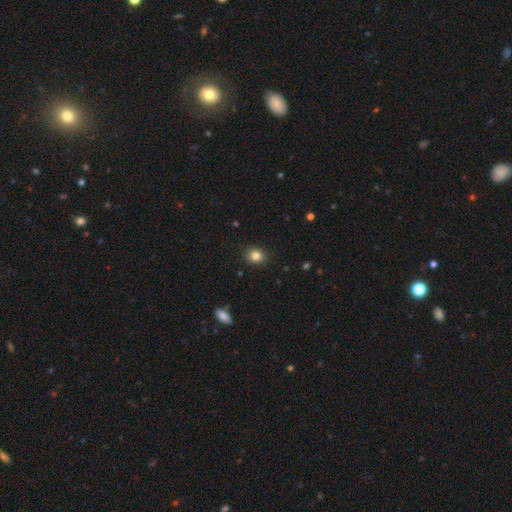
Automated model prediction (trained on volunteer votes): Overall: smooth (83%). How rounded: round (65%; in between 34%). Merging: none (90%).